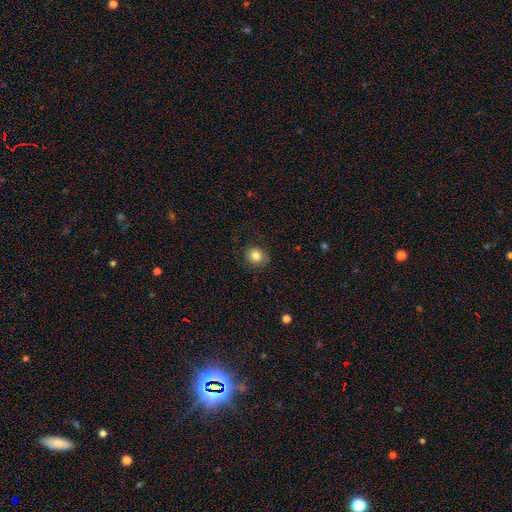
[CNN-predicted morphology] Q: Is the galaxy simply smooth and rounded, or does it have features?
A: smooth — 83%.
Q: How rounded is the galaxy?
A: round — 79%.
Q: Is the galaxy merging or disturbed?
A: none — 86%.